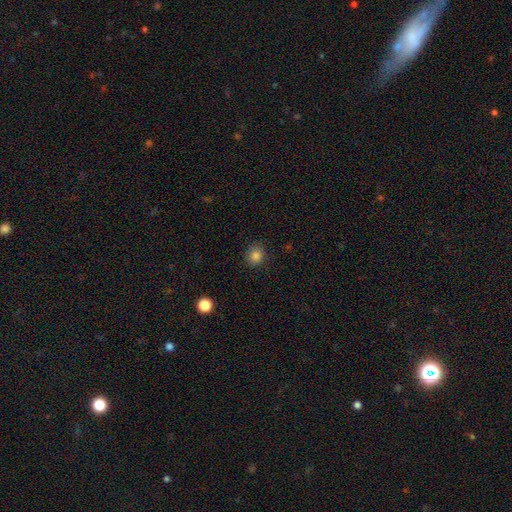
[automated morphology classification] Smooth or featured: smooth — 83% (star or artifact — 12%)
How rounded: round — 77% (in between — 22%)
Merging: none — 88% (minor disturbance — 9%)